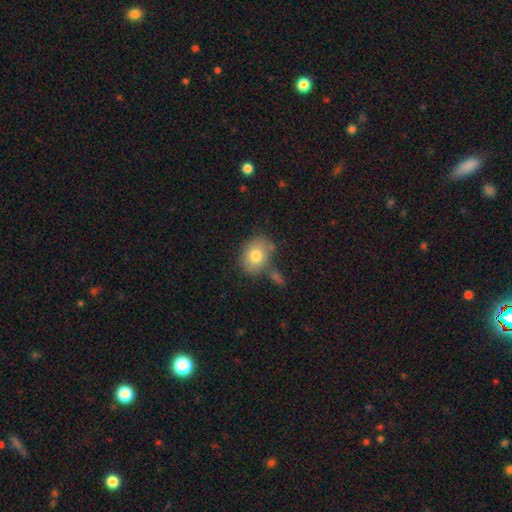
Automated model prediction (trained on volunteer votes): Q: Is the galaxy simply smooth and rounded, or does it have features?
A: smooth — 77%.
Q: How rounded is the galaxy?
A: in between — 60%.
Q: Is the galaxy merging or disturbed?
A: none — 64%.